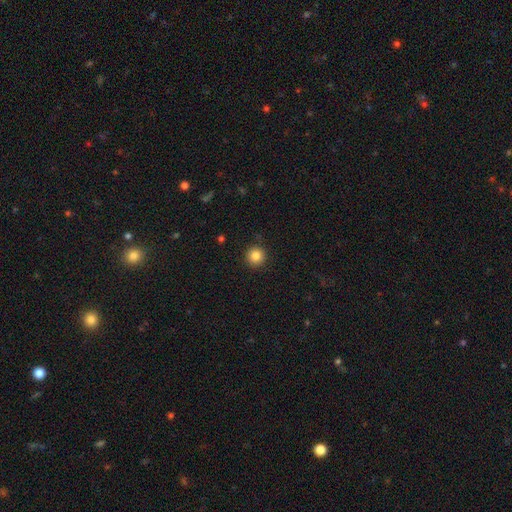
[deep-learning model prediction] A smooth galaxy with no disk features (85%) that is round (95%).

Vote fractions:
- Smooth or featured? smooth: 85% / star or artifact: 11% / featured or disk: 5%
- How rounded? round: 95% / in between: 4% / cigar-shaped: 1%
- Merging? none: 91% / minor disturbance: 6% / major disturbance: 2% / merger: 1%